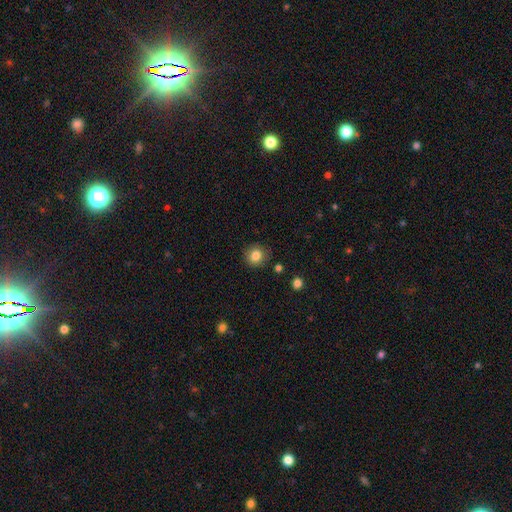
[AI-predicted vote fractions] Morphology: type=smooth (83%); roundness=round (89%); merging=none (87%).